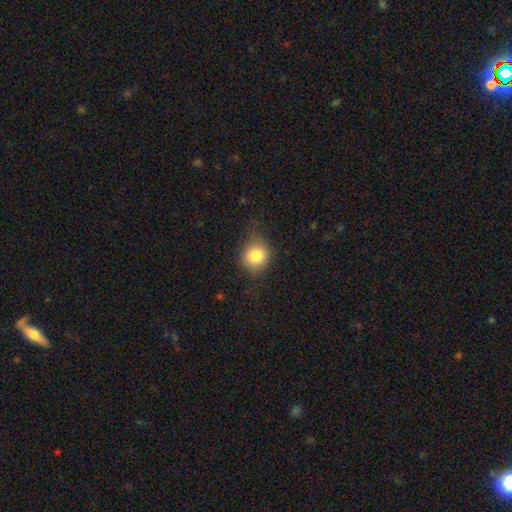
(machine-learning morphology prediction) smooth_or_featured: smooth (p=0.80) [alt: featured or disk p=0.10]
how_rounded: round (p=0.78) [alt: in between p=0.21]
merging: none (p=0.69) [alt: minor disturbance p=0.23]